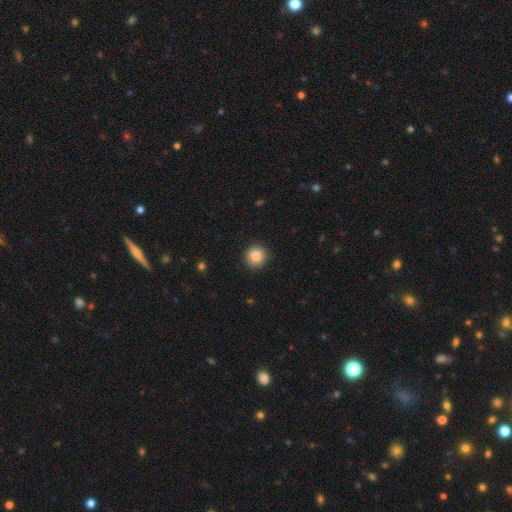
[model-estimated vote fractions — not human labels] Smooth or featured: smooth — 85% (star or artifact — 9%)
How rounded: round — 93% (in between — 6%)
Merging: none — 91% (minor disturbance — 6%)